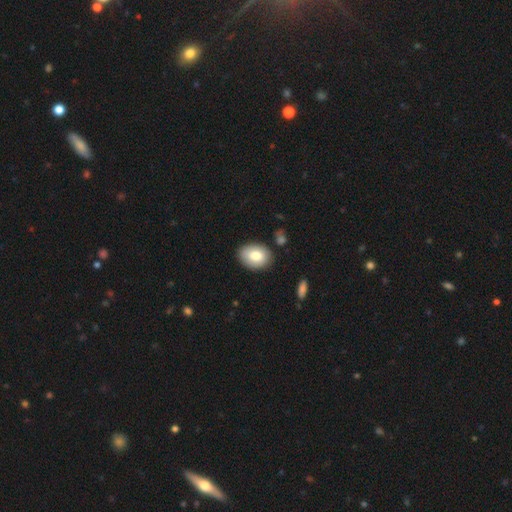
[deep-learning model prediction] This is likely a smooth galaxy (76%). How rounded: likely in between (78%). Merging: clearly none (82%).